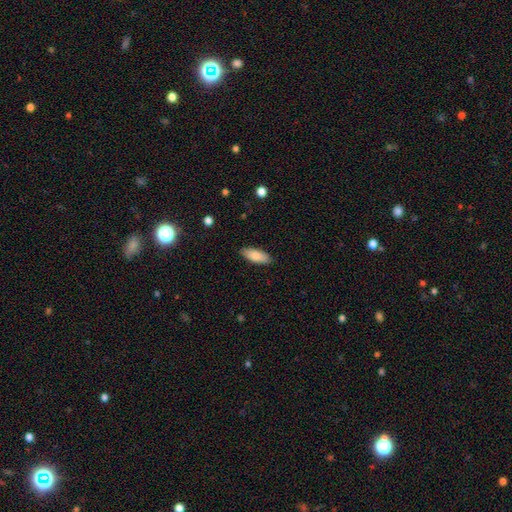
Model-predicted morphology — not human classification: A smooth galaxy with no disk features (84%) that is in between round and cigar-shaped (79%).

Vote fractions:
- Smooth or featured? smooth: 84% / featured or disk: 10% / star or artifact: 6%
- How rounded? in between: 79% / cigar-shaped: 19% / round: 2%
- Merging? none: 88% / minor disturbance: 9% / major disturbance: 2% / merger: 1%